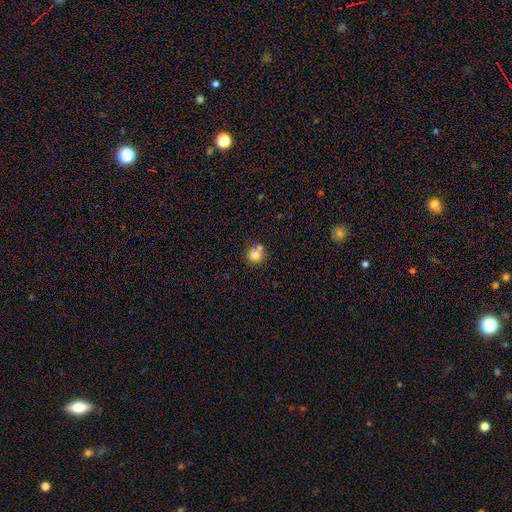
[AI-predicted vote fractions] smooth_or_featured: smooth (p=0.77) [alt: star or artifact p=0.13]
how_rounded: round (p=0.91) [alt: in between p=0.08]
merging: none (p=0.65) [alt: merger p=0.22]